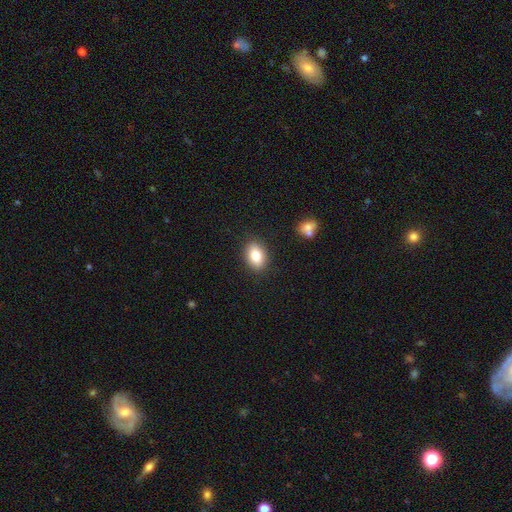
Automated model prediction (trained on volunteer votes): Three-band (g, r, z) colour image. It shows a smooth galaxy with no disk features (82%) that is in between round and cigar-shaped (83%). Merging: none (87%).